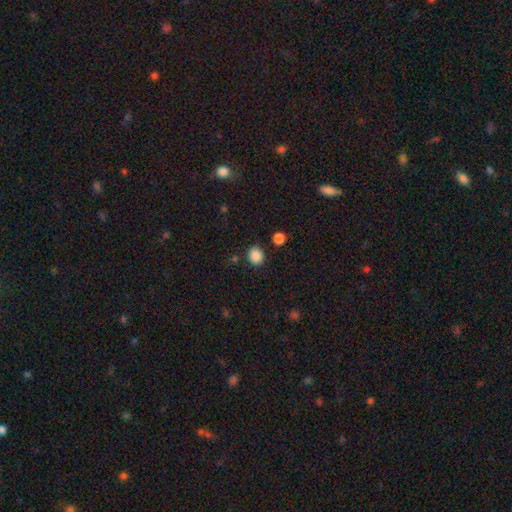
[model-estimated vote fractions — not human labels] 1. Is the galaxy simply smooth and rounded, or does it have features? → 87% smooth, 10% star or artifact, 3% featured or disk.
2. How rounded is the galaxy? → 74% round, 26% in between, 1% cigar-shaped.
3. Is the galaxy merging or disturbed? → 84% none, 10% minor disturbance, 4% merger, 3% major disturbance.